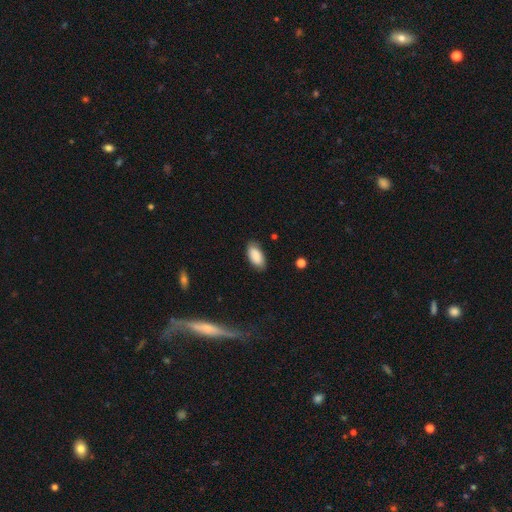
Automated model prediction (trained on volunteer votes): Q: Smooth or featured?
A: smooth (88%); runner-up: star or artifact (6%)
Q: How rounded?
A: in between (94%); runner-up: cigar-shaped (4%)
Q: Merging?
A: none (83%); runner-up: minor disturbance (14%)